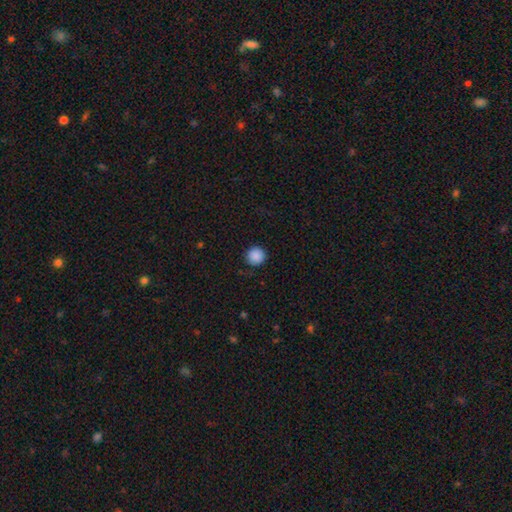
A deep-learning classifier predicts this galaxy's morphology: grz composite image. It shows a smooth galaxy with no disk features (89%) that is round (95%). Merging: none (91%).